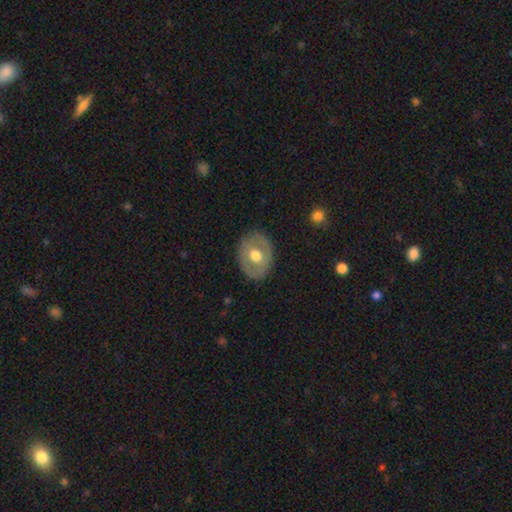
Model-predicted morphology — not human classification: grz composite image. It shows a smooth galaxy with no disk features (49%). Merging: none (83%).